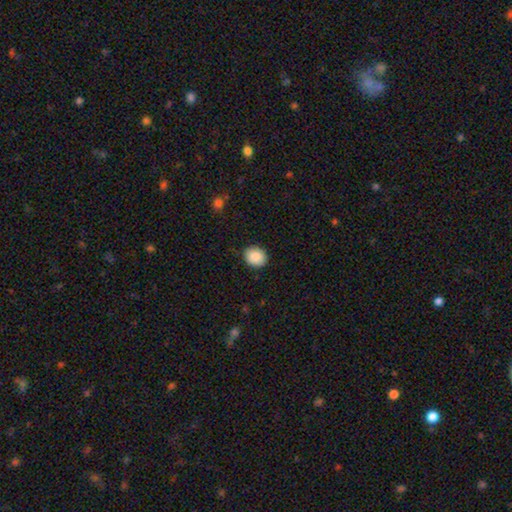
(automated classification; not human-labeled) Q: Smooth or featured?
A: smooth (89%); runner-up: star or artifact (8%)
Q: How rounded?
A: round (61%); runner-up: in between (38%)
Q: Merging?
A: none (88%); runner-up: minor disturbance (9%)